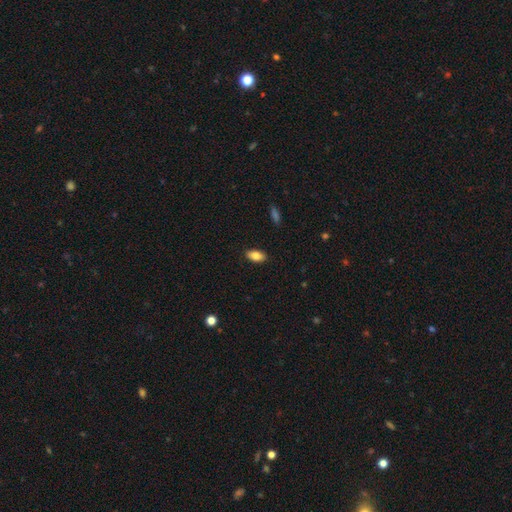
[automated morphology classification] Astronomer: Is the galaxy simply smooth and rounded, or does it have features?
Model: smooth — 83%.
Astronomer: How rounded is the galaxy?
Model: in between — 92%.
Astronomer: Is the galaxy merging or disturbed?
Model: none — 89%.